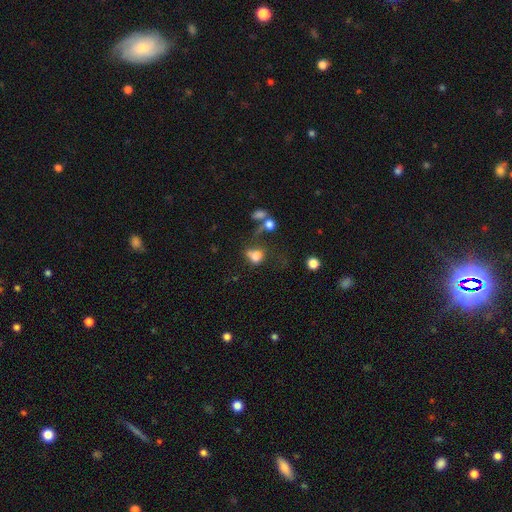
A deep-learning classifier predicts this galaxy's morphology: Overall: smooth (73%). How rounded: round (51%; in between 47%). Merging: merger (31%; major disturbance 27%).